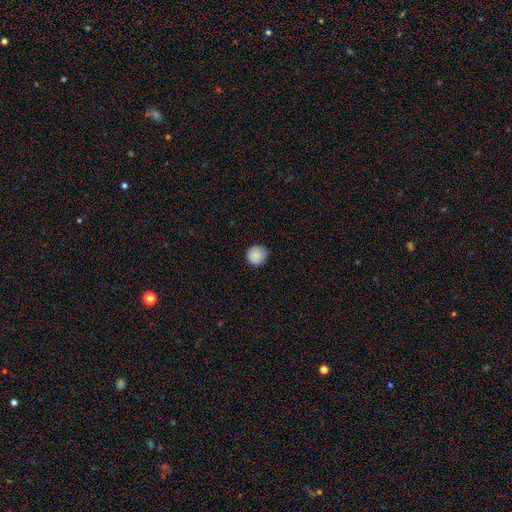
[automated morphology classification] This is clearly a smooth galaxy (85%). How rounded: clearly round (91%). Merging: clearly none (81%).